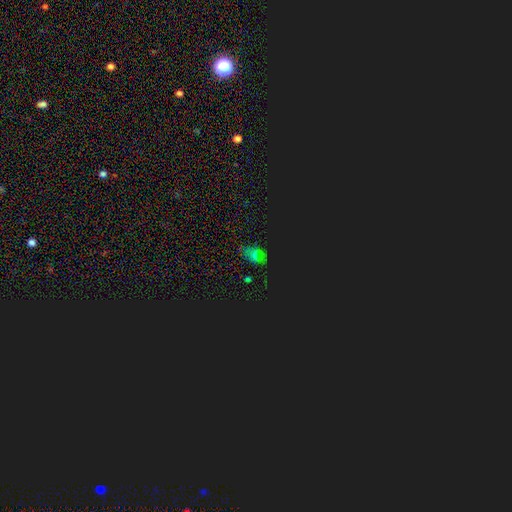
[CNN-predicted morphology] Smooth or featured: star or artifact — 63% (smooth — 26%)